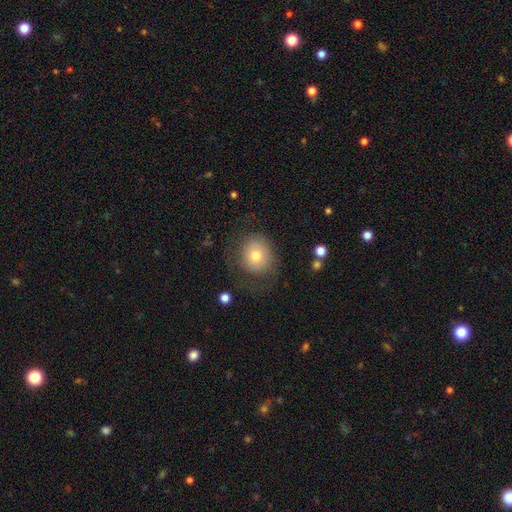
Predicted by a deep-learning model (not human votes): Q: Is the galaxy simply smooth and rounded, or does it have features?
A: smooth — 69%.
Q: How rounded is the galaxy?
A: round — 78%.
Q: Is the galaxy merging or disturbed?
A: none — 62%.